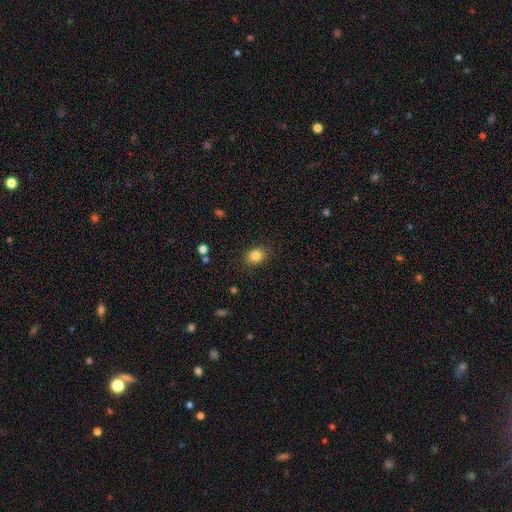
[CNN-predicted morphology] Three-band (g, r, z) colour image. It shows a smooth galaxy with no disk features (83%) that is in between round and cigar-shaped (52%). Merging: none (87%).